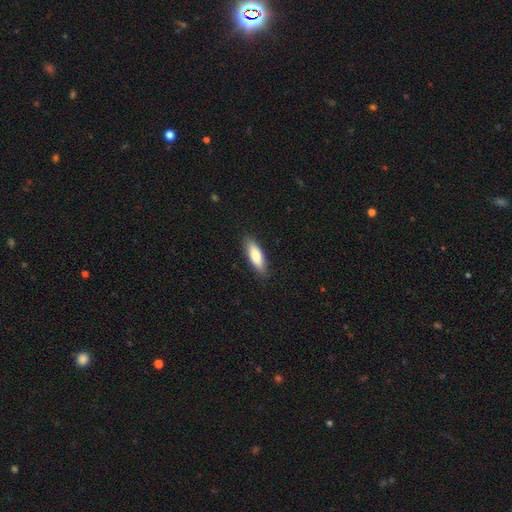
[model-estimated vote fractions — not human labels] Q: Smooth or featured?
A: smooth (81%); runner-up: featured or disk (13%)
Q: How rounded?
A: in between (51%); runner-up: cigar-shaped (48%)
Q: Merging?
A: none (86%); runner-up: minor disturbance (11%)